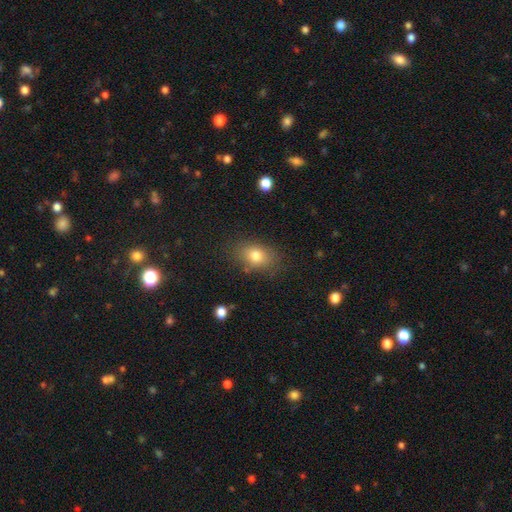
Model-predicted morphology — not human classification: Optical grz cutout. It shows a smooth galaxy with no disk features (78%) that is in between round and cigar-shaped (74%). Merging: none (79%).